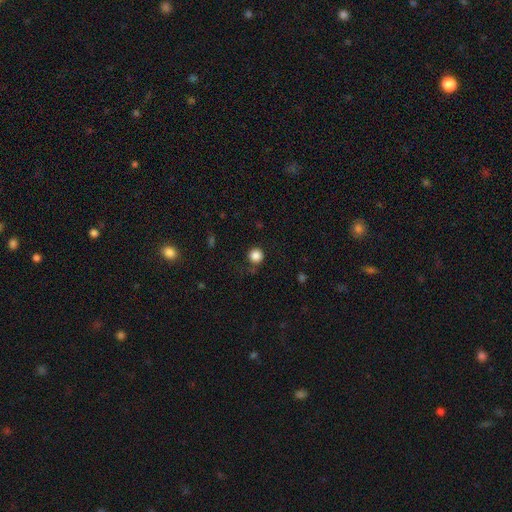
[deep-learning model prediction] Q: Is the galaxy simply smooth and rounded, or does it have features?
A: smooth — 85%.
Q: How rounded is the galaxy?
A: round — 94%.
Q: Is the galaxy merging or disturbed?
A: none — 83%.